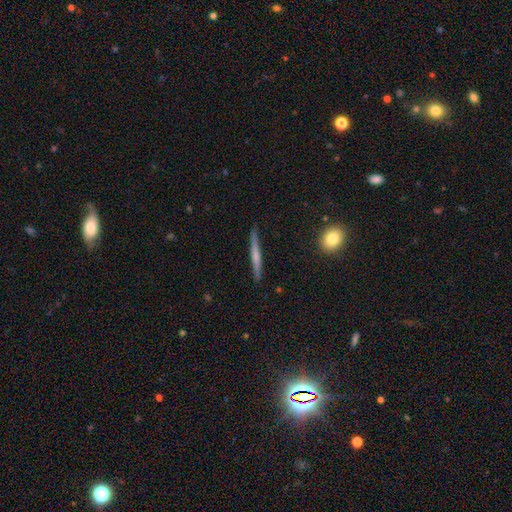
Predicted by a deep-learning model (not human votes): Smooth or featured: featured or disk — 52% (smooth — 42%)
Edge-on disk: yes — 97% (no — 3%)
Edge-on bulge: none — 52% (rounded — 37%)
Merging: none — 89% (minor disturbance — 8%)